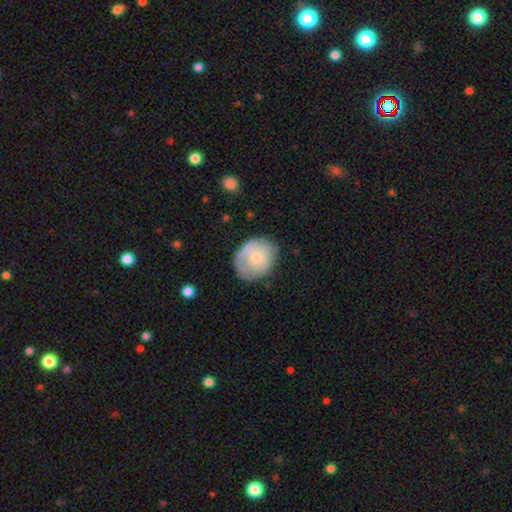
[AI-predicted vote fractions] Smooth or featured? smooth (60%)
How rounded? round (61%)
Merging? none (65%)